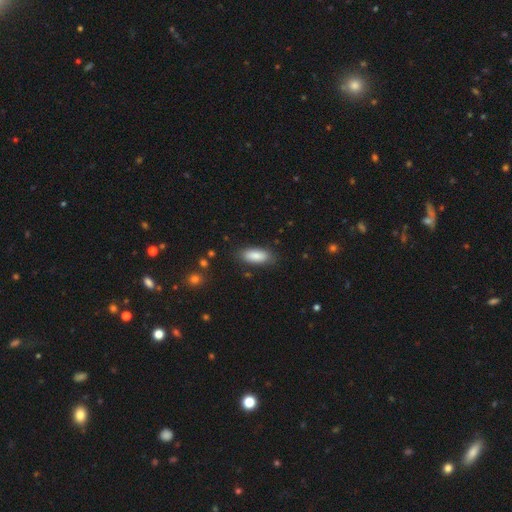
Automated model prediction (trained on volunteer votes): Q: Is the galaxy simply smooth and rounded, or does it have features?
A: smooth — 86%.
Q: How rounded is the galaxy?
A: in between — 80%.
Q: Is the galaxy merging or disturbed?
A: none — 84%.